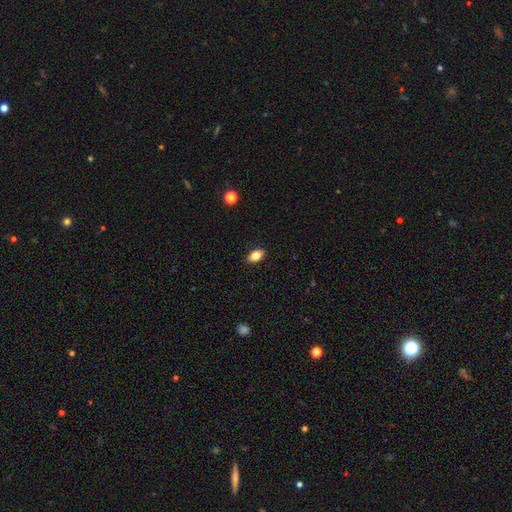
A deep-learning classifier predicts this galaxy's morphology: A smooth galaxy with no disk features (80%) that is in between round and cigar-shaped (87%).

Vote fractions:
- Smooth or featured? smooth: 80% / featured or disk: 12% / star or artifact: 9%
- How rounded? in between: 87% / round: 9% / cigar-shaped: 4%
- Merging? none: 89% / minor disturbance: 9% / major disturbance: 2% / merger: 1%